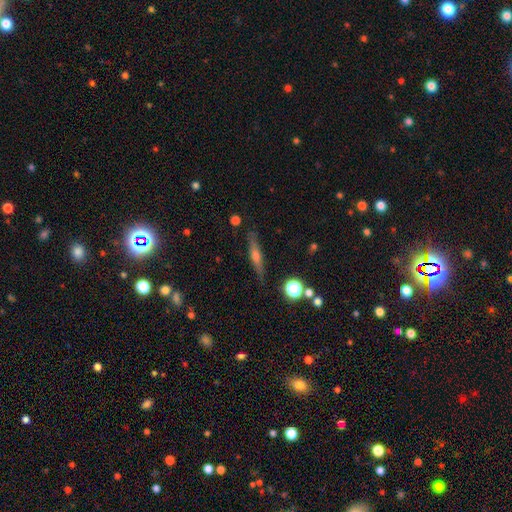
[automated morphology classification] Smooth or featured? featured or disk (54%)
Edge-on disk? yes (93%)
Edge-on bulge? rounded (77%)
Merging? none (86%)